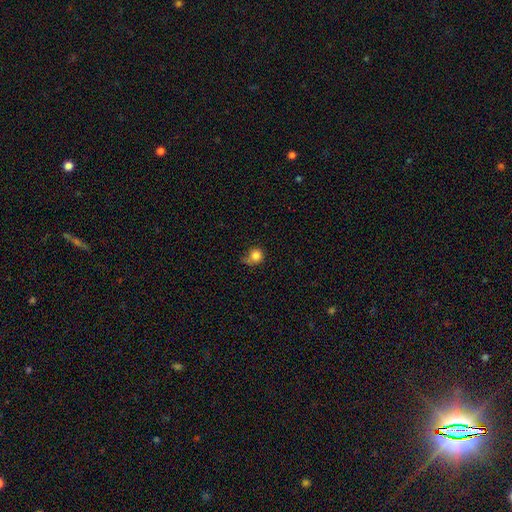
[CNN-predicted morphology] Smooth or featured? Predicted: smooth (p=0.82). How rounded? Predicted: round (p=0.84). Merging? Predicted: none (p=0.48).